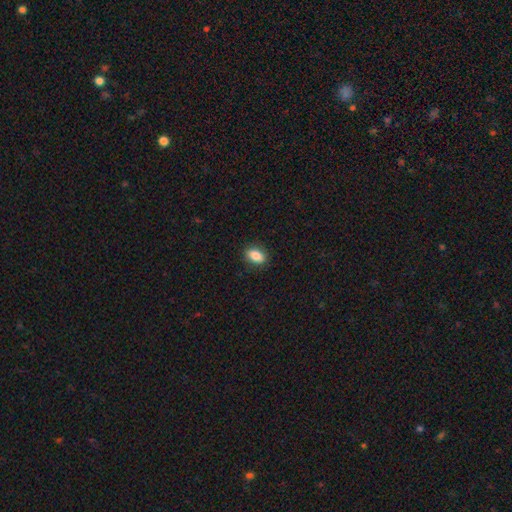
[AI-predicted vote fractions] Morphology: type=smooth (86%); roundness=in between (85%); merging=none (88%).